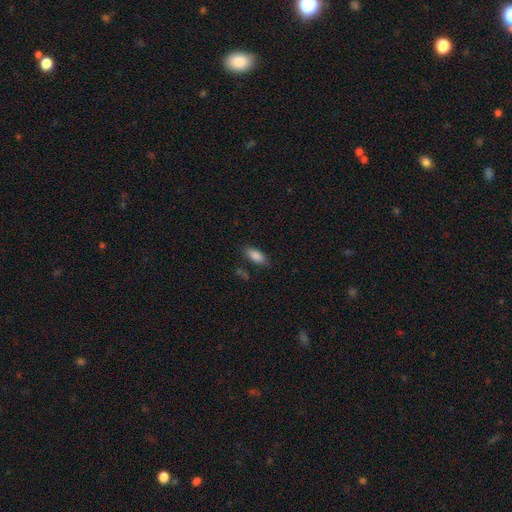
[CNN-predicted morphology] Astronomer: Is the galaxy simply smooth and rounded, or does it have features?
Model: smooth — 86%.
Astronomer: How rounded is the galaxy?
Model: in between — 84%.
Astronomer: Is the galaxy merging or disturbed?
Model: none — 81%.